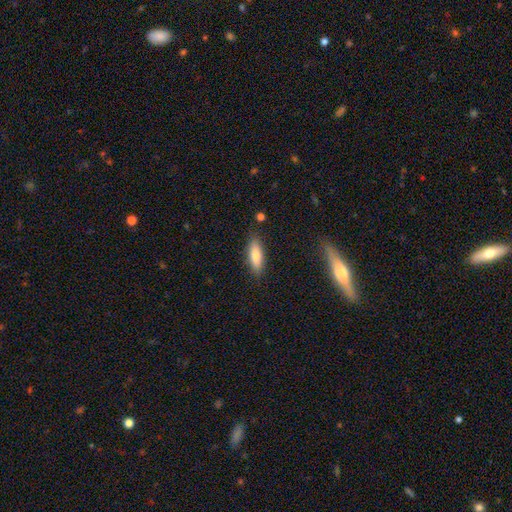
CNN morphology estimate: smooth-or-featured: smooth: 77% | featured or disk: 16% | star or artifact: 7%
  how-rounded: in between: 58% | cigar-shaped: 40% | round: 2%
  merging: none: 84% | minor disturbance: 11% | major disturbance: 3% | merger: 2%